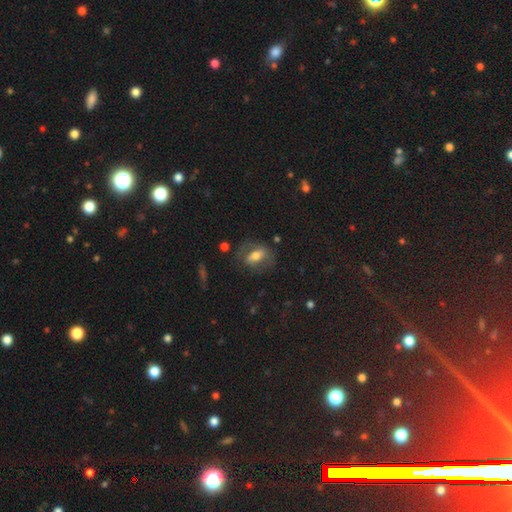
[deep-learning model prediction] Smooth or featured: smooth — 51% (featured or disk — 39%)
How rounded: in between — 77% (round — 17%)
Merging: none — 62% (minor disturbance — 20%)